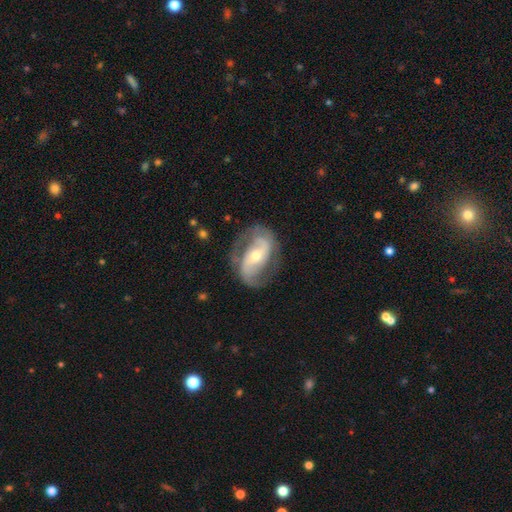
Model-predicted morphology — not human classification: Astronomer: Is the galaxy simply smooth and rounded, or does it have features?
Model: featured or disk — 85%.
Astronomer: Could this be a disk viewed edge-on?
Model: no — 96%.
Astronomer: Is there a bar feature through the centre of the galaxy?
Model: strong — 36% (runner-up: weak, 34%).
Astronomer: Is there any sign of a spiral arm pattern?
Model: yes — 92%.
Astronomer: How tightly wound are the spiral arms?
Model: medium — 46% (runner-up: loose, 31%).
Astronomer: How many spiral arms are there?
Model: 2 — 88%.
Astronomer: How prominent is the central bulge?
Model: moderate — 54% (runner-up: small, 41%).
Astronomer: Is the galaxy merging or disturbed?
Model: none — 73%.